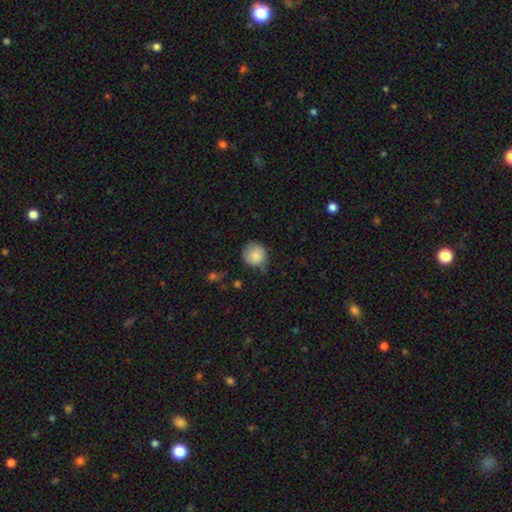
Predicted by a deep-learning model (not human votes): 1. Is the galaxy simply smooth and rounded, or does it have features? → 80% smooth, 12% featured or disk, 7% star or artifact.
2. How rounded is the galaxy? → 85% round, 14% in between, 1% cigar-shaped.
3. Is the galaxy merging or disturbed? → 54% none, 35% minor disturbance, 10% major disturbance, 2% merger.